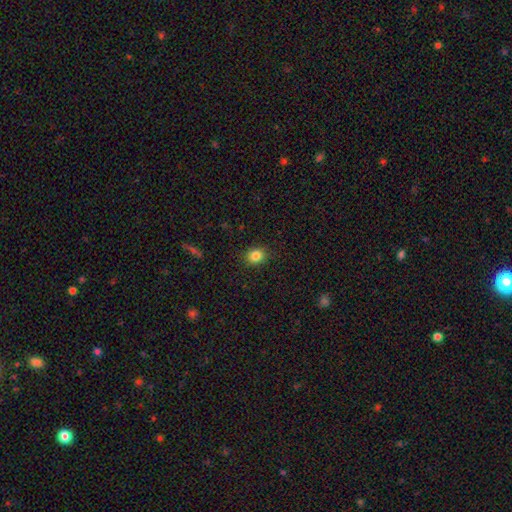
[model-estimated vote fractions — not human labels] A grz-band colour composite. It shows a smooth galaxy with no disk features (84%) that is round (69%). Merging: none (89%).